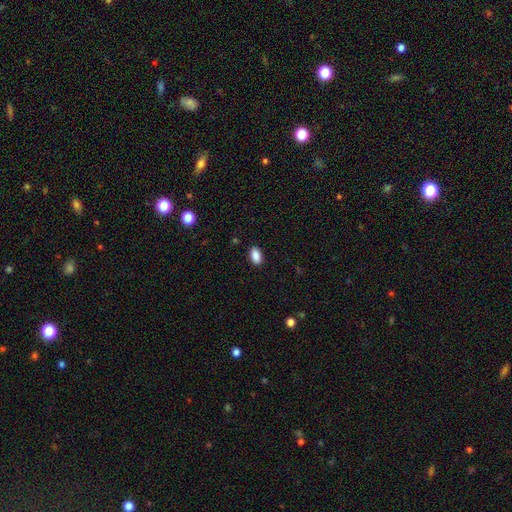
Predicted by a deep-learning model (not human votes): Q: Smooth or featured?
A: smooth (88%); runner-up: star or artifact (8%)
Q: How rounded?
A: in between (91%); runner-up: round (6%)
Q: Merging?
A: none (89%); runner-up: minor disturbance (8%)